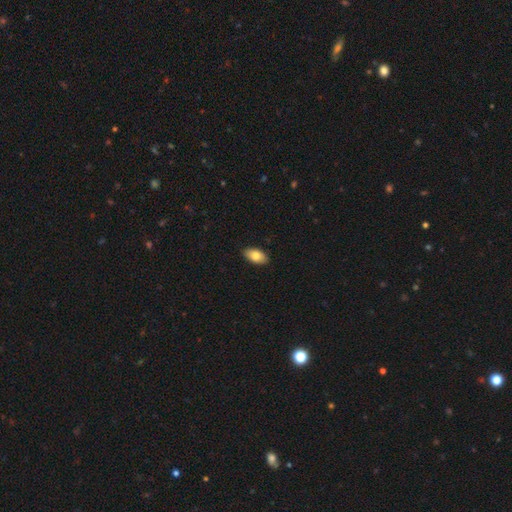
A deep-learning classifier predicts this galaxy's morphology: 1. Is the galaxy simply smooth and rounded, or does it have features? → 81% smooth, 12% featured or disk, 7% star or artifact.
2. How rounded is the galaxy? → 94% in between, 3% round, 3% cigar-shaped.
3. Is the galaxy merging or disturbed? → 90% none, 8% minor disturbance, 2% major disturbance, 1% merger.